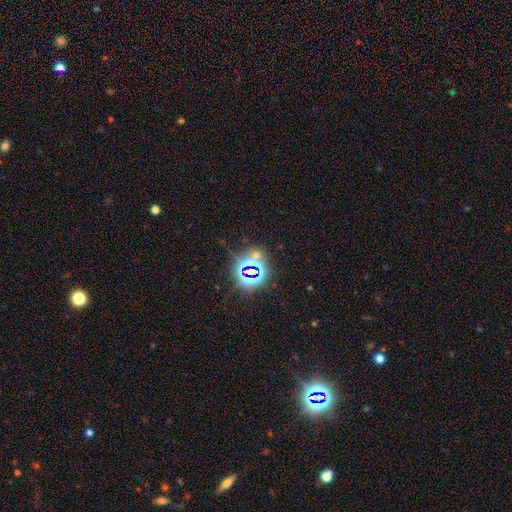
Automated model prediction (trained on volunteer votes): Smooth or featured? Predicted: star or artifact (p=0.74).